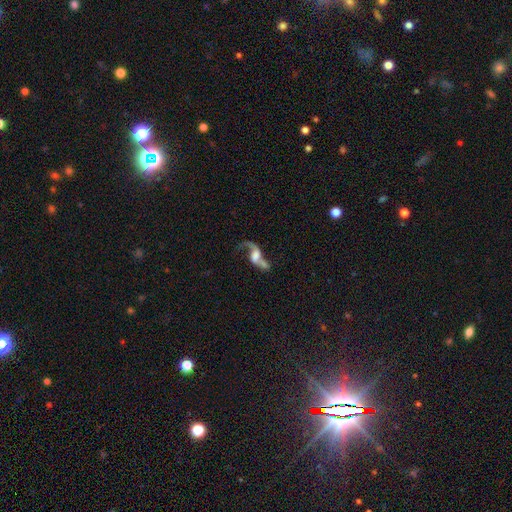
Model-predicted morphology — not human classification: featured or disk 67%, smooth 22%, star or artifact 10%. Down the decision tree: edge-on disk — no (93%); bar — no (57%); spiral arms — yes (80%); spiral arm count — 2 (60%); spiral winding — loose (86%); bulge size — large (29%); merging — merger (41%).